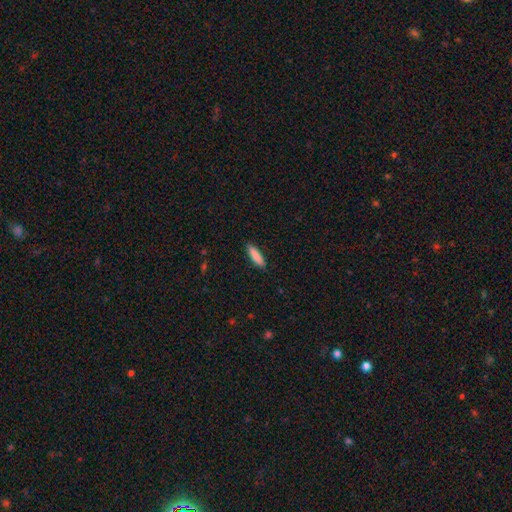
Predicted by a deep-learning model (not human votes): Smooth or featured?
  - smooth: 87% *
  - featured or disk: 7%
  - star or artifact: 6%
How rounded?
  - cigar-shaped: 69% *
  - in between: 30%
  - round: 1%
Merging?
  - none: 88% *
  - minor disturbance: 9%
  - major disturbance: 2%
  - merger: 1%